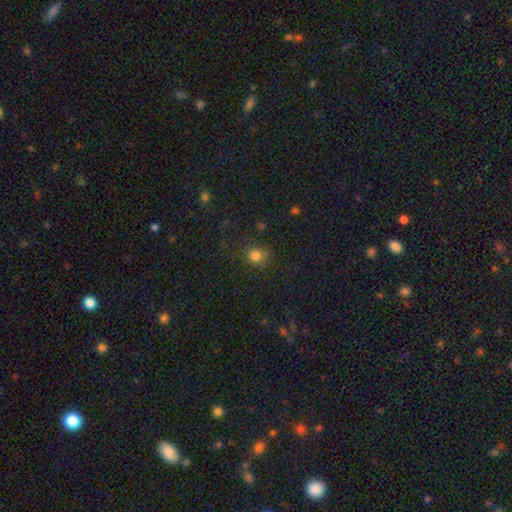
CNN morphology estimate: smooth_or_featured: smooth (p=0.78) [alt: star or artifact p=0.16]
how_rounded: round (p=0.87) [alt: in between p=0.12]
merging: none (p=0.79) [alt: minor disturbance p=0.13]